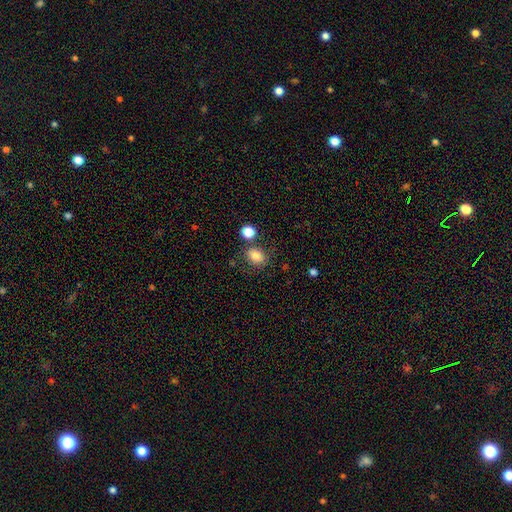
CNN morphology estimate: This is clearly a smooth galaxy (82%). How rounded: possibly round (57%). Merging: likely none (72%).